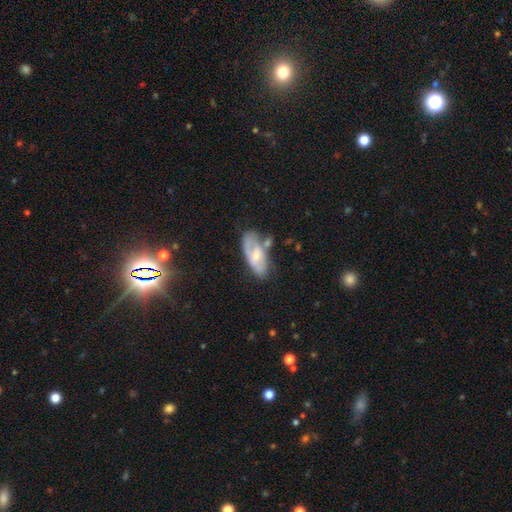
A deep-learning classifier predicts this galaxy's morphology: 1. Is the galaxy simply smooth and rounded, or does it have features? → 51% featured or disk, 42% smooth, 6% star or artifact.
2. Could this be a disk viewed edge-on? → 87% no, 13% yes.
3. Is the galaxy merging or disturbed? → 46% none, 26% minor disturbance, 16% merger, 11% major disturbance.